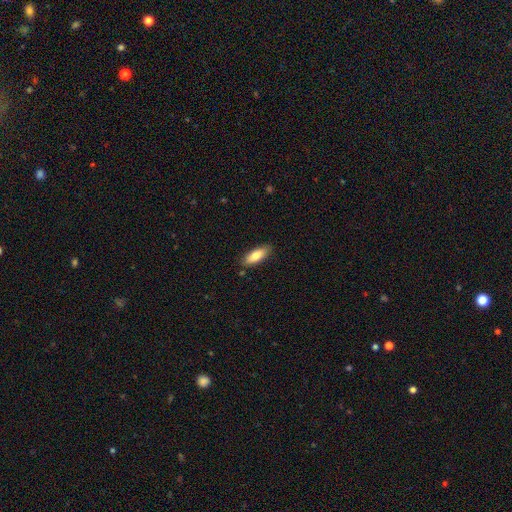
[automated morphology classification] Q: Smooth or featured?
A: smooth (80%); runner-up: featured or disk (14%)
Q: How rounded?
A: in between (72%); runner-up: cigar-shaped (26%)
Q: Merging?
A: none (85%); runner-up: minor disturbance (12%)